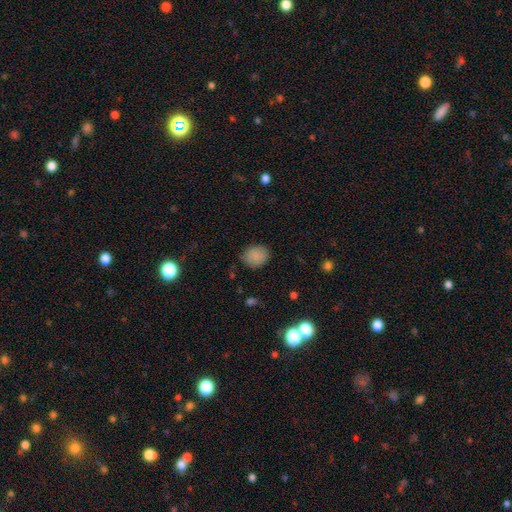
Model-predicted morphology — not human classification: Overall: smooth (86%). How rounded: round (61%; in between 38%). Merging: none (81%).